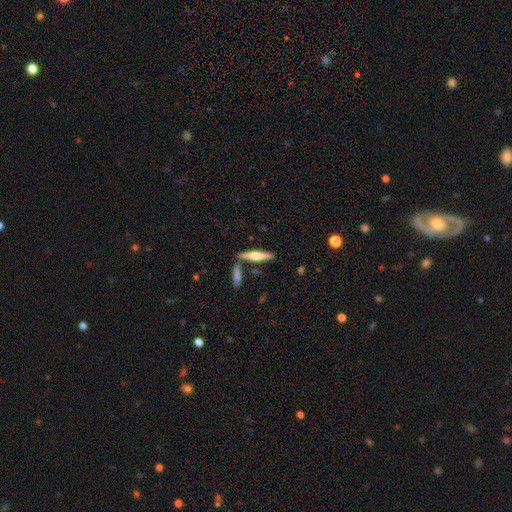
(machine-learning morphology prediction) smooth-or-featured: featured or disk: 53% | smooth: 42% | star or artifact: 6%
  disk-edge-on: yes: 96% | no: 4%
    edge-on-bulge: rounded: 84% | boxy: 9% | none: 7%
  merging: none: 75% | merger: 12% | minor disturbance: 9% | major disturbance: 3%